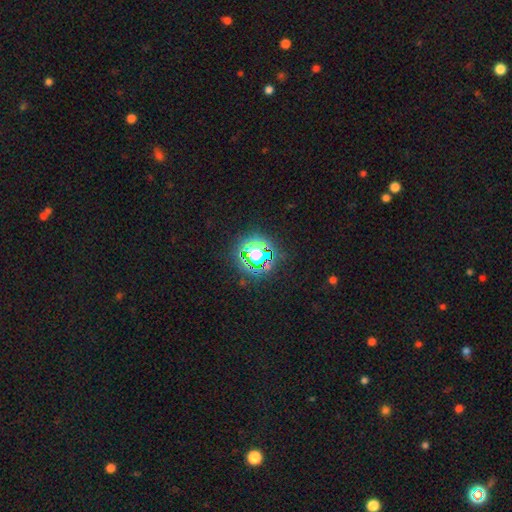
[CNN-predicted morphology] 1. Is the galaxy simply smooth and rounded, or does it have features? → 65% star or artifact, 25% smooth, 10% featured or disk.